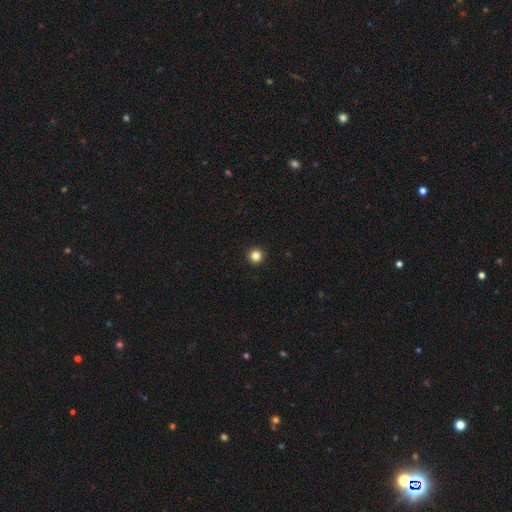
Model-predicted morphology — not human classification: Q: Smooth or featured?
A: smooth (84%); runner-up: star or artifact (12%)
Q: How rounded?
A: round (96%); runner-up: in between (3%)
Q: Merging?
A: none (94%); runner-up: minor disturbance (3%)